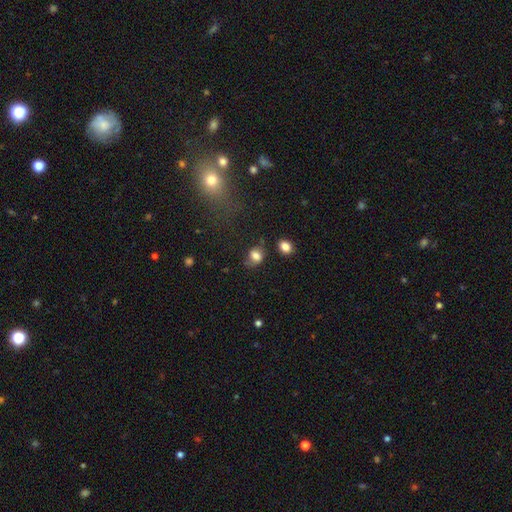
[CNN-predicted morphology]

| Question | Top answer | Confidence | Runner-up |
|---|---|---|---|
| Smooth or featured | smooth | 79% | star or artifact (11%) |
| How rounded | in between | 53% | round (45%) |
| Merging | none | 58% | minor disturbance (25%) |